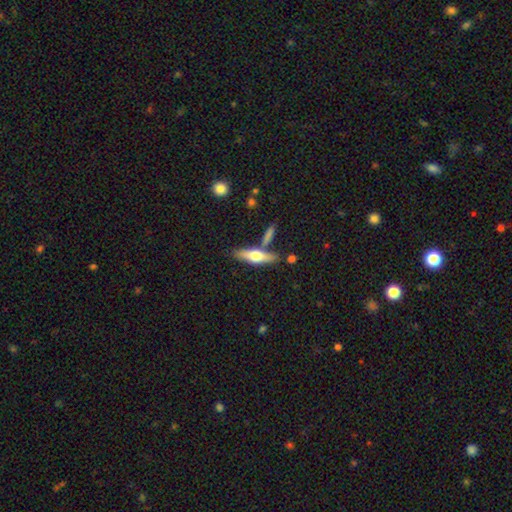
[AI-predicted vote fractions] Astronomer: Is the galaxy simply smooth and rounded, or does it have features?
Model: featured or disk — 49% (runner-up: smooth, 45%).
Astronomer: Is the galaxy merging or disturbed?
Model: none — 72%.